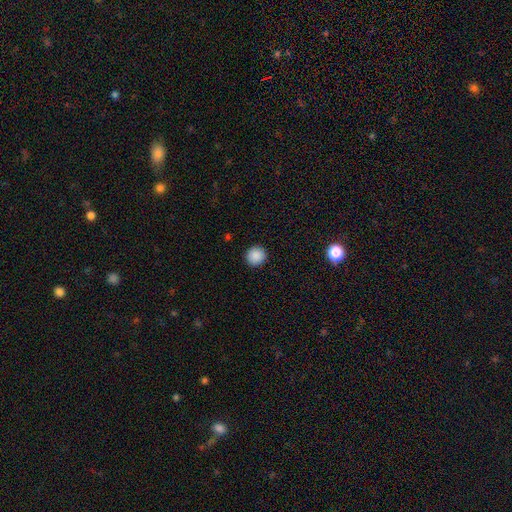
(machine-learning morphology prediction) Q: Smooth or featured?
A: smooth (89%); runner-up: star or artifact (9%)
Q: How rounded?
A: round (93%); runner-up: in between (6%)
Q: Merging?
A: none (92%); runner-up: minor disturbance (5%)